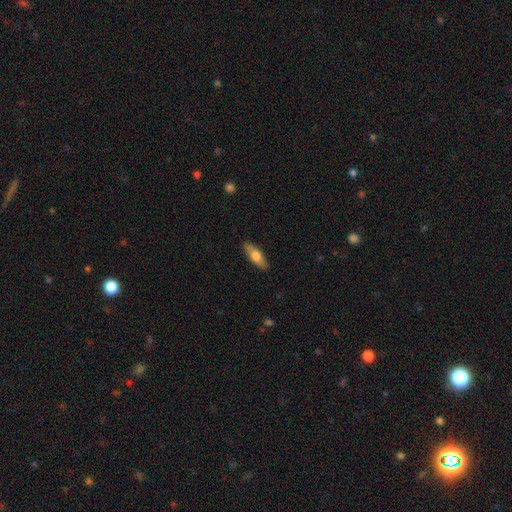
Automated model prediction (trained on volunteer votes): A smooth galaxy with no disk features (64%) that is in between round and cigar-shaped (51%). Merging: none (87%).